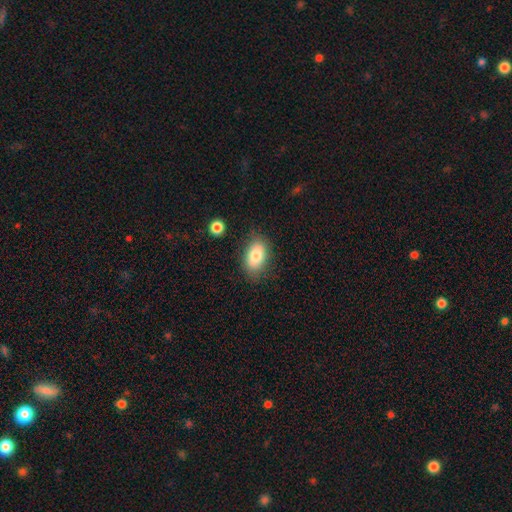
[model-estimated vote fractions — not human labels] Smooth or featured? Predicted: smooth (p=0.80). How rounded? Predicted: in between (p=0.90). Merging? Predicted: none (p=0.79).